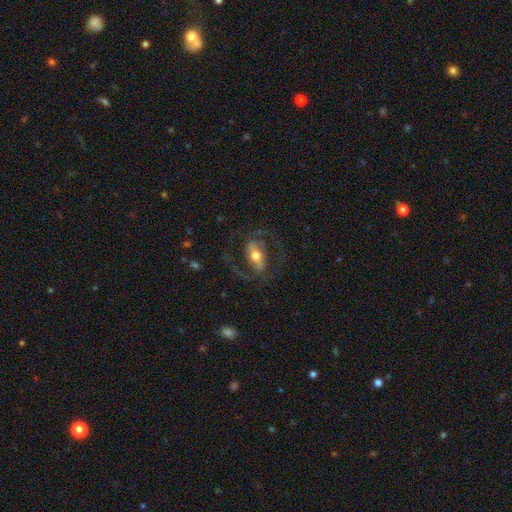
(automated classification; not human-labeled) featured or disk 78%, smooth 16%, star or artifact 6%. Down the decision tree: edge-on disk — no (95%); bar — strong (45%); spiral arms — yes (88%); spiral arm count — 2 (90%); spiral winding — medium (55%); bulge size — moderate (69%); merging — none (70%).